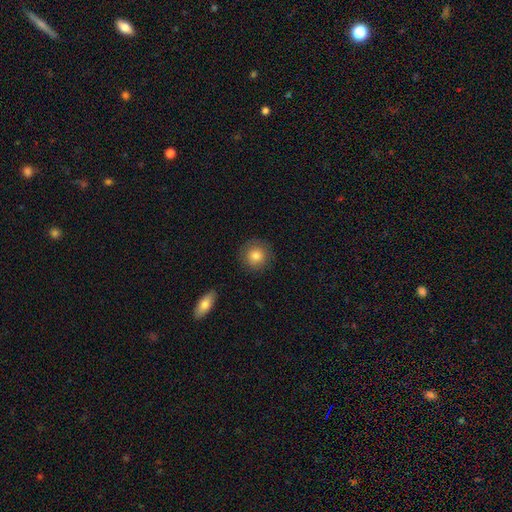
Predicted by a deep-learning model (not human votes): Smooth or featured? smooth (81%)
How rounded? round (93%)
Merging? none (87%)